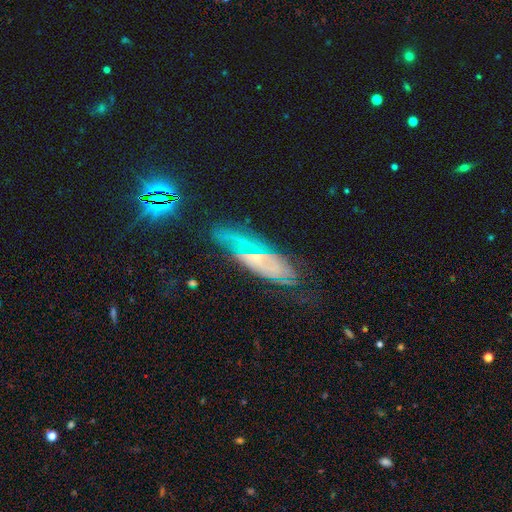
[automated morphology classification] Smooth or featured?
  - featured or disk: 66% *
  - smooth: 18%
  - star or artifact: 16%
Edge-on disk?
  - no: 67% *
  - yes: 33%
Merging?
  - none: 63% *
  - minor disturbance: 23%
  - major disturbance: 10%
  - merger: 3%